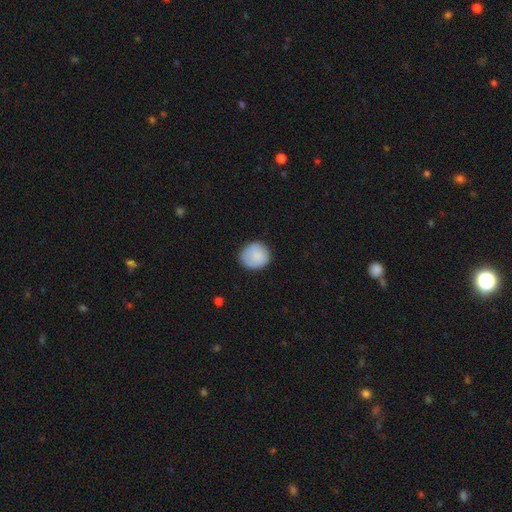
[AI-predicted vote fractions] Smooth or featured: smooth — 86% (featured or disk — 7%)
How rounded: round — 88% (in between — 11%)
Merging: none — 82% (minor disturbance — 14%)